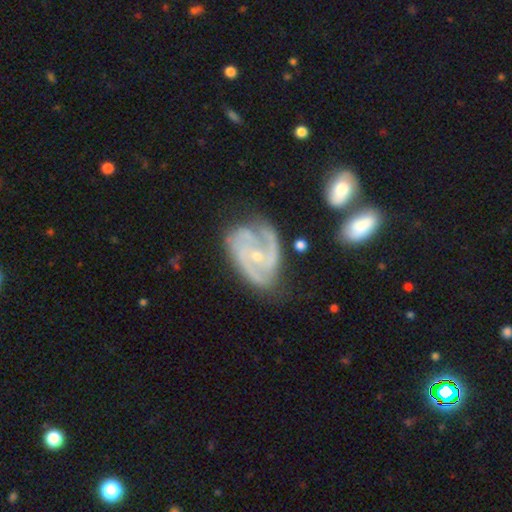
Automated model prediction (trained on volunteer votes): A featured or disk galaxy (88%) with no bar (63%), 2 (42%) medium (45%) spiral arms (95%) and a small central bulge (66%). Merging: none (54%).